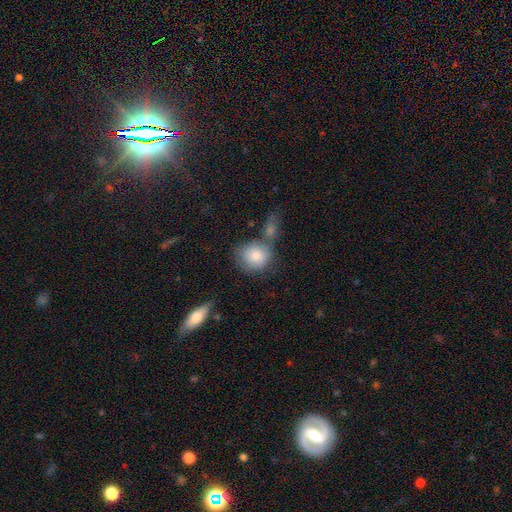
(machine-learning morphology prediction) The model was most divided on "merging": none: 44%, merger: 34%, minor disturbance: 16%, major disturbance: 7%. More confident: smooth or featured — smooth (83%); how rounded — round (80%).